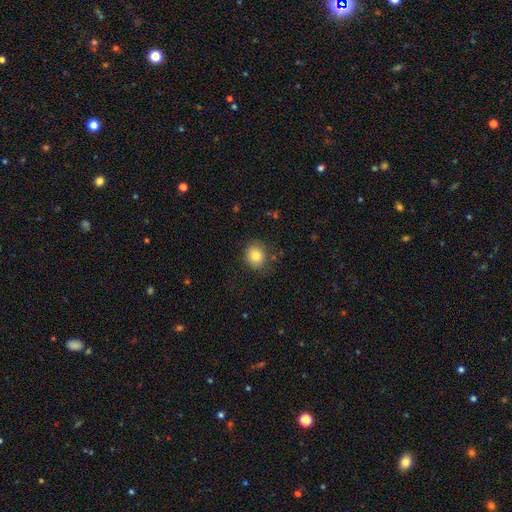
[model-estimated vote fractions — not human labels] Smooth or featured: smooth — 82% (star or artifact — 10%)
How rounded: round — 74% (in between — 25%)
Merging: none — 78% (minor disturbance — 16%)